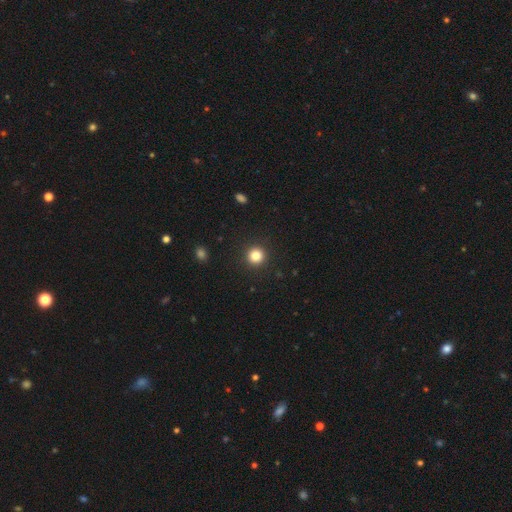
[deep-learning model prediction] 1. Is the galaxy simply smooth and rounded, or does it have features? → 83% smooth, 12% star or artifact, 5% featured or disk.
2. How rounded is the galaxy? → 95% round, 4% in between, 1% cigar-shaped.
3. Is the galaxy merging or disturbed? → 92% none, 5% minor disturbance, 2% major disturbance, 1% merger.